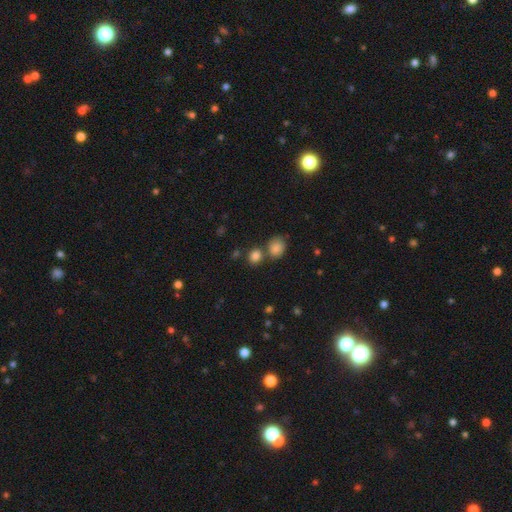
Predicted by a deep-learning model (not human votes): Q: Smooth or featured?
A: smooth (83%); runner-up: star or artifact (11%)
Q: How rounded?
A: round (74%); runner-up: in between (25%)
Q: Merging?
A: none (58%); runner-up: merger (29%)